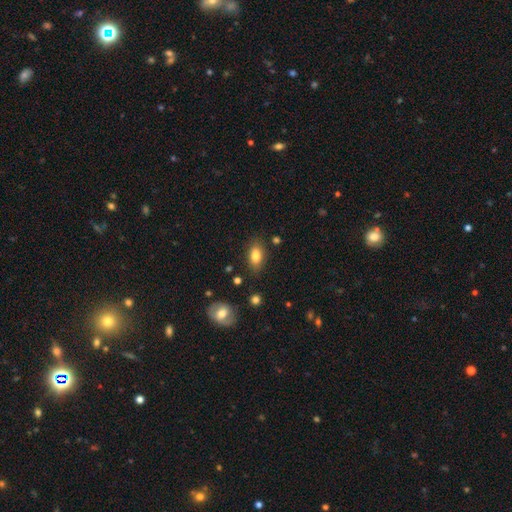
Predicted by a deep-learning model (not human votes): A smooth galaxy with no disk features (82%) that is in between round and cigar-shaped (87%).

Vote fractions:
- Smooth or featured? smooth: 82% / featured or disk: 9% / star or artifact: 8%
- How rounded? in between: 87% / round: 9% / cigar-shaped: 4%
- Merging? none: 81% / minor disturbance: 14% / major disturbance: 3% / merger: 2%